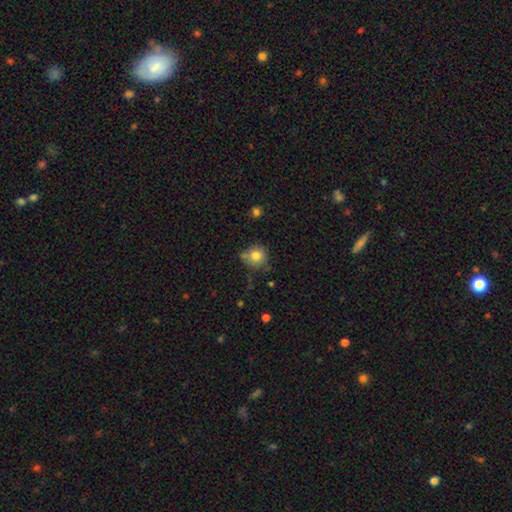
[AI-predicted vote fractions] A smooth galaxy with no disk features (79%) that is round (89%). Merging: none (65%).